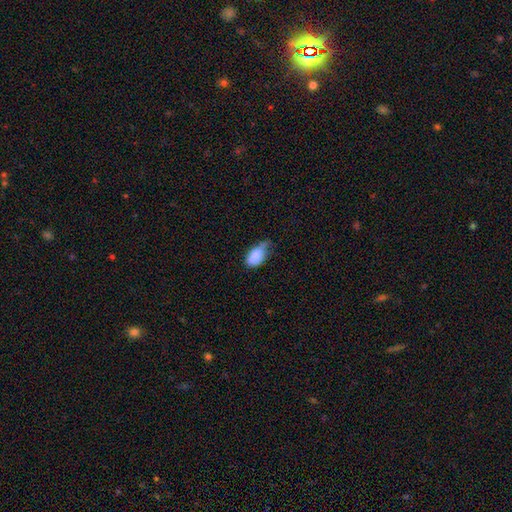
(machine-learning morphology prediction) type=smooth (81%); roundness=in between (91%); merging=minor disturbance (51%).